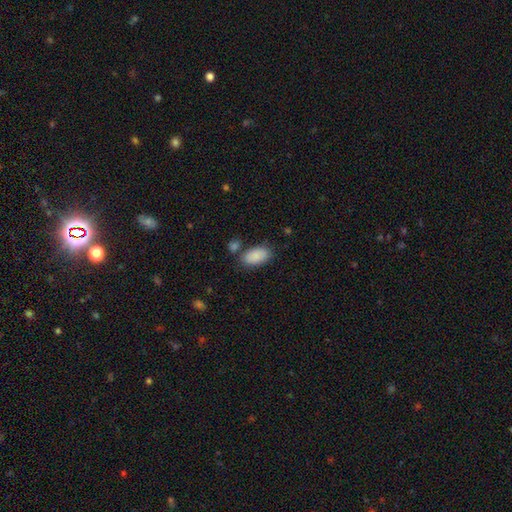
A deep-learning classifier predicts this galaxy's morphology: smooth-or-featured: smooth: 89% | star or artifact: 6% | featured or disk: 5%
  how-rounded: in between: 95% | round: 3% | cigar-shaped: 2%
  merging: none: 74% | minor disturbance: 13% | merger: 9% | major disturbance: 4%